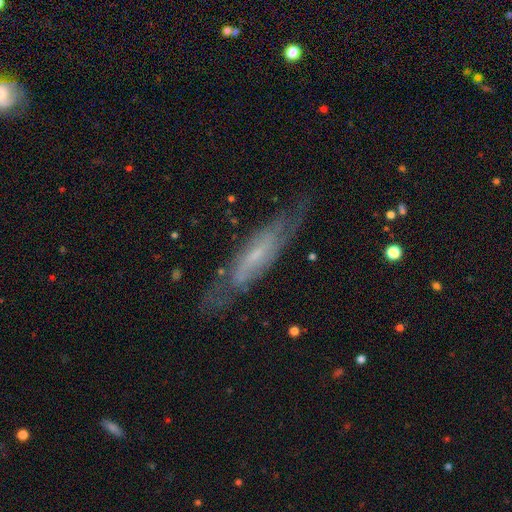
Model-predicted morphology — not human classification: The model was most divided on "edge-on disk": no: 63%, yes: 37%. More confident: merging — none (72%); smooth or featured — featured or disk (71%).